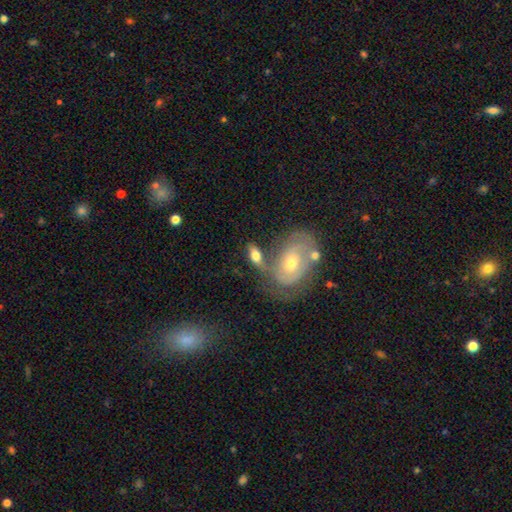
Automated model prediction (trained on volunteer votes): Smooth or featured? smooth (50%)
How rounded? in between (83%)
Merging? none (41%)